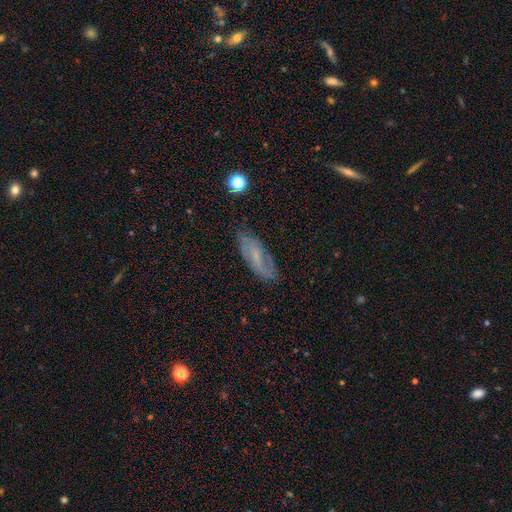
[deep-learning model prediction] Smooth or featured? featured or disk (59%)
Edge-on disk? no (83%)
Merging? none (73%)